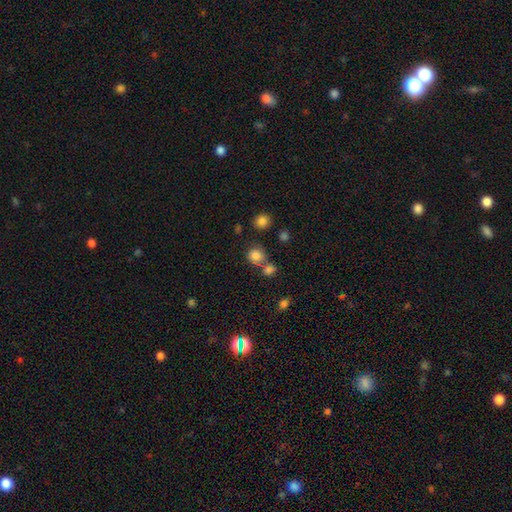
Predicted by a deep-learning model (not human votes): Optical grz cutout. It shows a smooth galaxy with no disk features (81%) that is round (81%). Merging: none (59%).